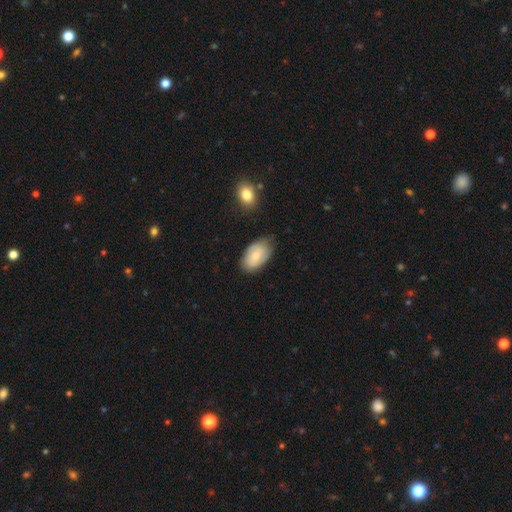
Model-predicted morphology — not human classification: Smooth or featured: smooth — 66% (featured or disk — 28%)
How rounded: in between — 93% (round — 6%)
Merging: none — 73% (minor disturbance — 21%)